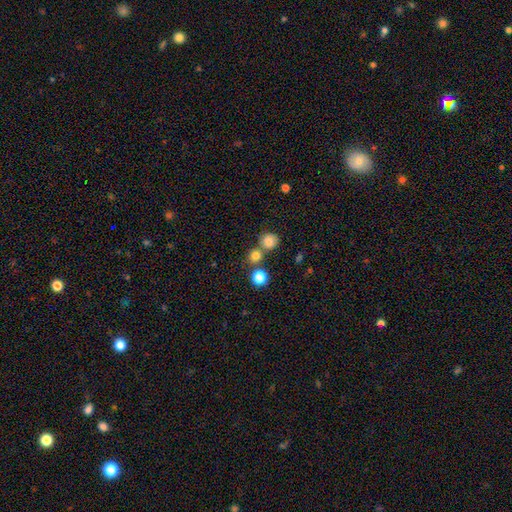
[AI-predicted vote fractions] Smooth or featured? smooth (79%)
How rounded? round (89%)
Merging? none (66%)